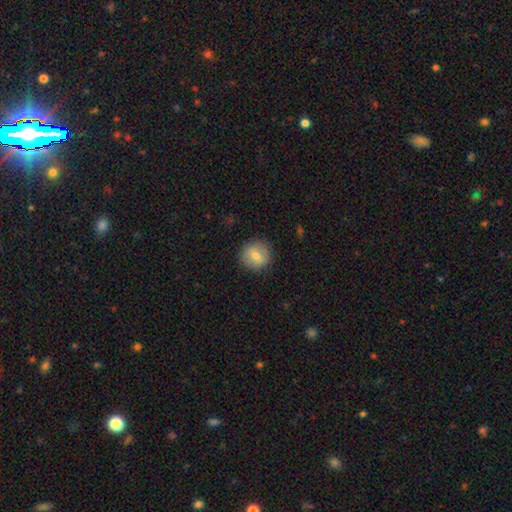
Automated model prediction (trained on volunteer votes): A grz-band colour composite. It shows a smooth galaxy with no disk features (70%) that is round (90%). Merging: none (87%).